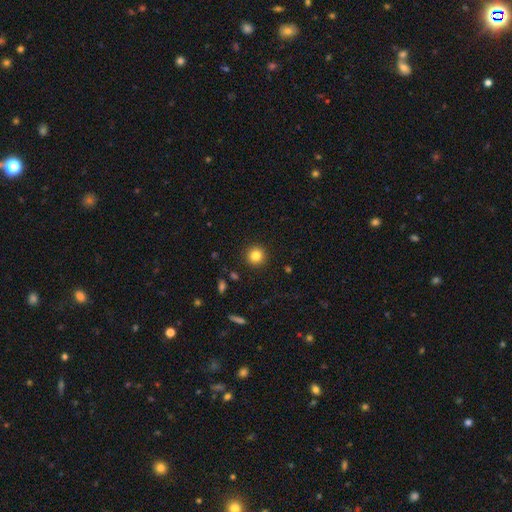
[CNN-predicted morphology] Smooth or featured? Predicted: smooth (p=0.82). How rounded? Predicted: round (p=0.93). Merging? Predicted: none (p=0.92).